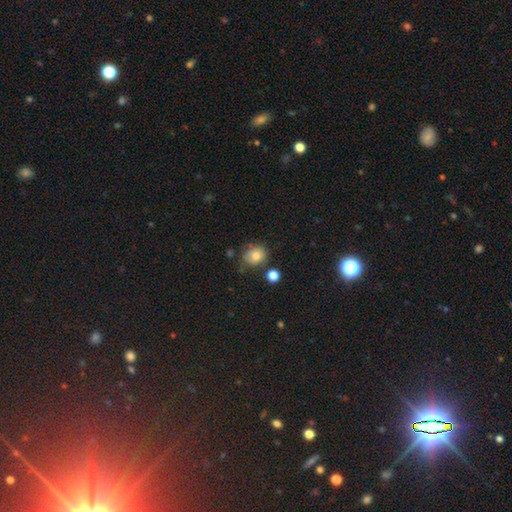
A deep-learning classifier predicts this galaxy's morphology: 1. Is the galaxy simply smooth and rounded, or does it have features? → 79% smooth, 11% star or artifact, 10% featured or disk.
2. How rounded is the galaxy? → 67% round, 32% in between, 1% cigar-shaped.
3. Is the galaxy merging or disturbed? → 66% none, 21% minor disturbance, 7% merger, 6% major disturbance.